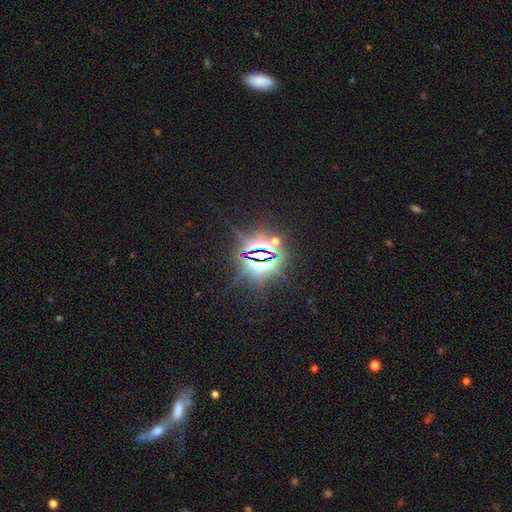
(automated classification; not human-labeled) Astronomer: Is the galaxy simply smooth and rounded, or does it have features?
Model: star or artifact — 86%.